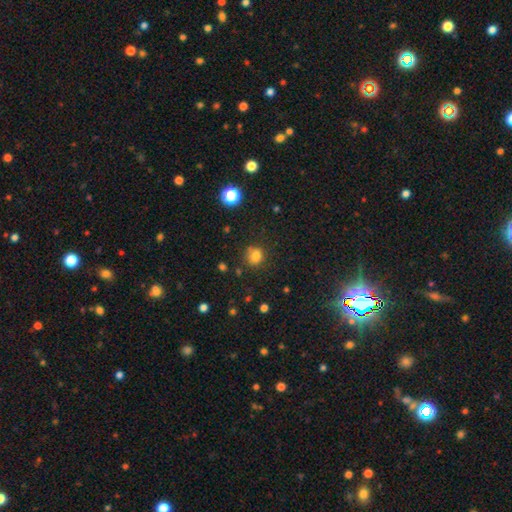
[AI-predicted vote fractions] Smooth or featured?
  - smooth: 78% *
  - star or artifact: 15%
  - featured or disk: 7%
How rounded?
  - round: 73% *
  - in between: 26%
  - cigar-shaped: 1%
Merging?
  - none: 68% *
  - minor disturbance: 19%
  - merger: 7%
  - major disturbance: 6%